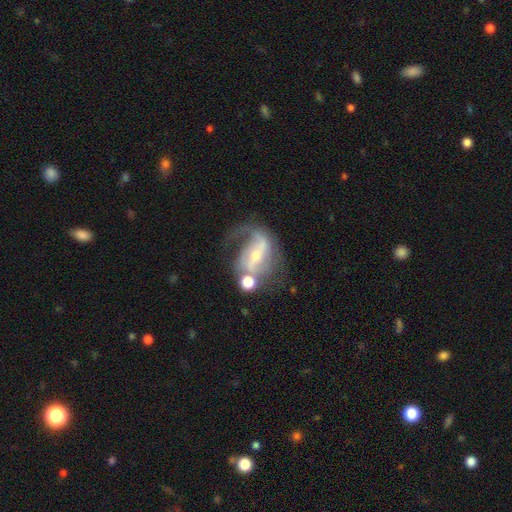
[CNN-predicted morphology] This appears to be a featured or disk galaxy (81%) with a strong bar (44%), 2 (62%) loose (53%) spiral arms (91%) and a small central bulge (57%). Merging: none (40%).